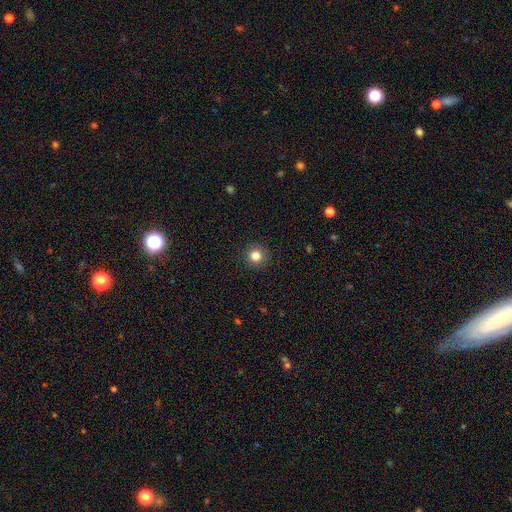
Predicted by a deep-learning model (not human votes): Smooth or featured? smooth (83%)
How rounded? round (94%)
Merging? none (92%)